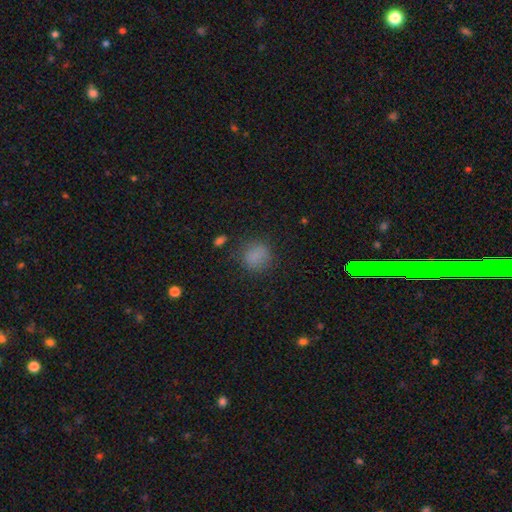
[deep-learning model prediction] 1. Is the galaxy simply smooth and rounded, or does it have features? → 80% smooth, 14% star or artifact, 7% featured or disk.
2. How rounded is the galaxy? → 83% round, 16% in between, 1% cigar-shaped.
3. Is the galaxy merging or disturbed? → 76% none, 16% minor disturbance, 6% major disturbance, 2% merger.